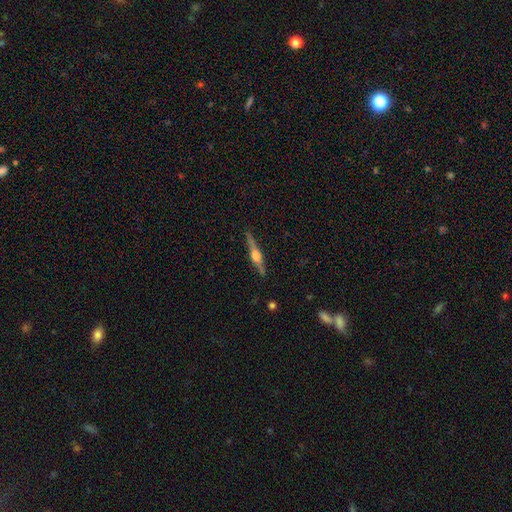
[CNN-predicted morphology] A featured or disk galaxy (80%) viewed edge-on (98%) with a rounded central bulge (93%).

Vote fractions:
- Smooth or featured? featured or disk: 80% / smooth: 14% / star or artifact: 5%
- Edge-on disk? yes: 98% / no: 2%
- Edge-on bulge? rounded: 93% / boxy: 5% / none: 2%
- Merging? none: 89% / minor disturbance: 8% / major disturbance: 2% / merger: 1%